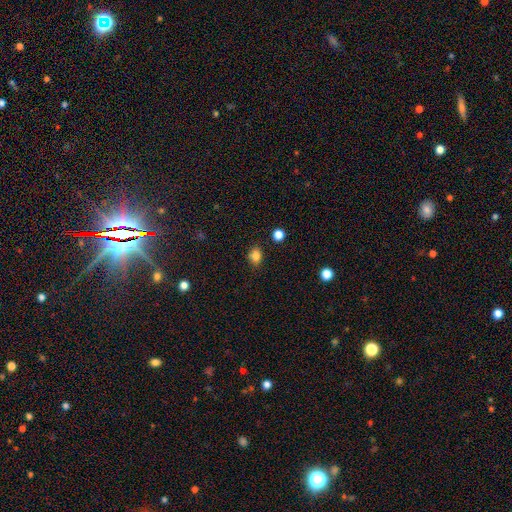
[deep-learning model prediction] The model was most divided on "how rounded": in between: 55%, round: 44%, cigar-shaped: 1%. More confident: smooth or featured — smooth (82%); merging — none (79%).